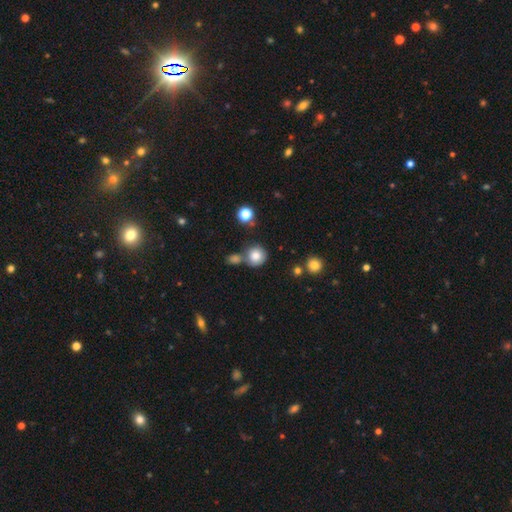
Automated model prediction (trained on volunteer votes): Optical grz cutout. It shows a smooth galaxy with no disk features (80%) that is round (91%). Merging: none (66%).